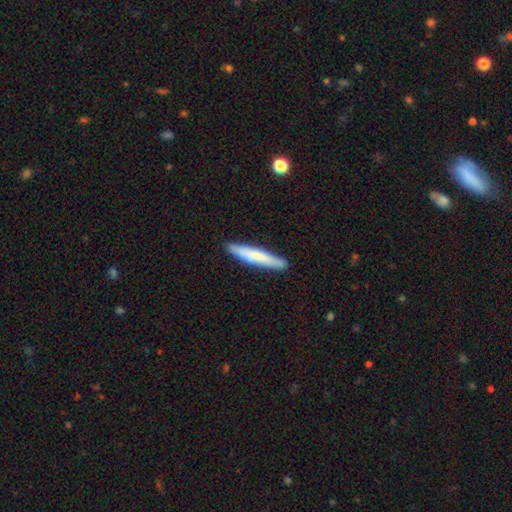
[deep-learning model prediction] This is likely a smooth galaxy (68%). How rounded: clearly cigar-shaped (94%). Merging: clearly none (89%).